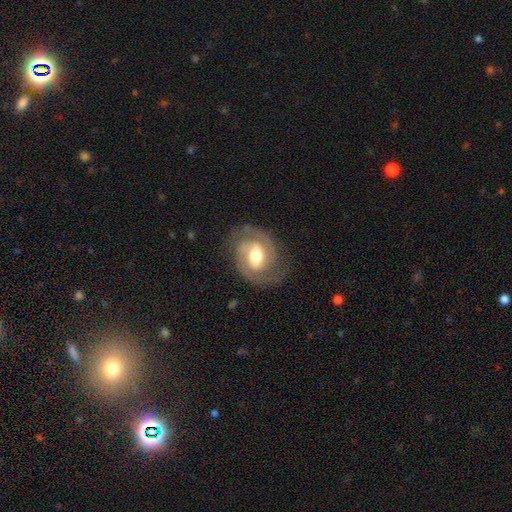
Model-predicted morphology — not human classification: featured or disk 82%, smooth 13%, star or artifact 5%. Down the decision tree: edge-on disk — no (97%); bar — weak (47%); spiral arms — yes (91%); spiral arm count — 2 (87%); spiral winding — medium (46%); bulge size — moderate (66%); merging — none (76%).